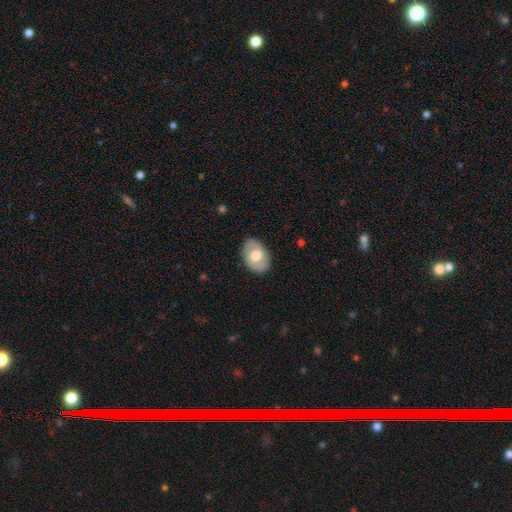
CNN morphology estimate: smooth_or_featured: smooth (p=0.53) [alt: featured or disk p=0.41]
how_rounded: in between (p=0.81) [alt: round p=0.18]
merging: none (p=0.84) [alt: minor disturbance p=0.12]